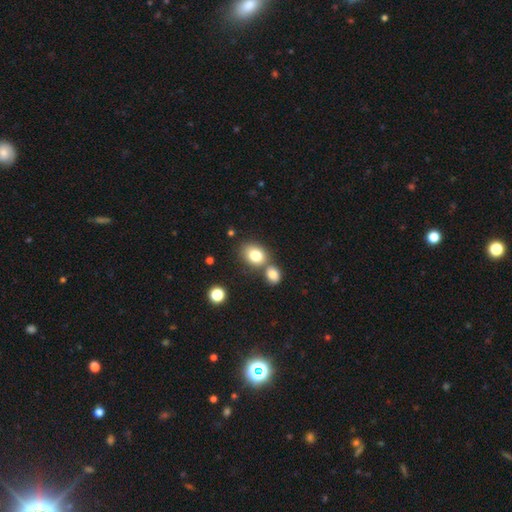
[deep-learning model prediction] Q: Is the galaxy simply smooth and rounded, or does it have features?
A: smooth — 79%.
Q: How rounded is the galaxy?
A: in between — 59%.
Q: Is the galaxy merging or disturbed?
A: none — 51%.